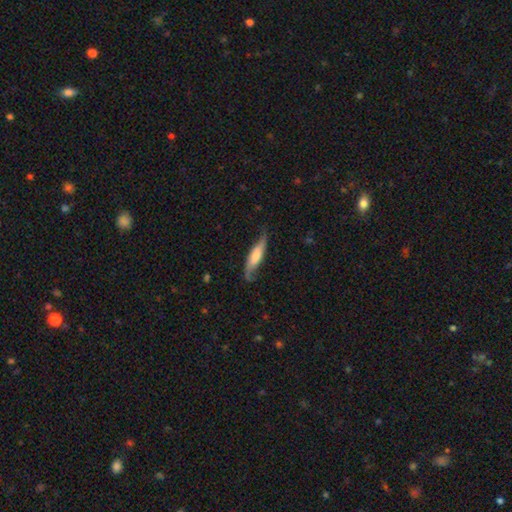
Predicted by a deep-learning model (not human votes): A featured or disk galaxy (55%).

Vote fractions:
- Smooth or featured? featured or disk: 55% / smooth: 40% / star or artifact: 6%
- Edge-on disk? no: 52% / yes: 48%
- Merging? none: 64% / minor disturbance: 26% / major disturbance: 8% / merger: 2%